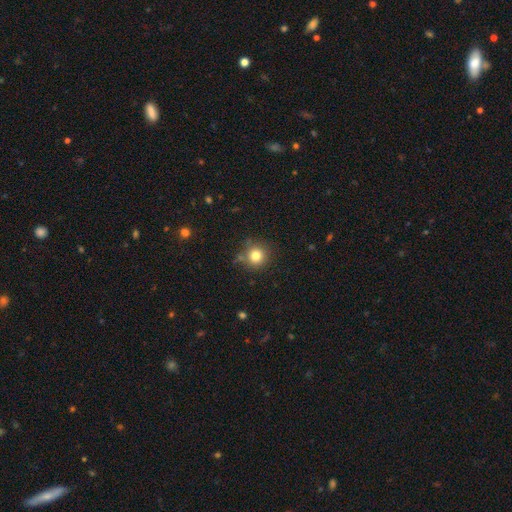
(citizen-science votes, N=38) A smooth galaxy with no disk features (79%) that is round (93%). Merging: none (56%).